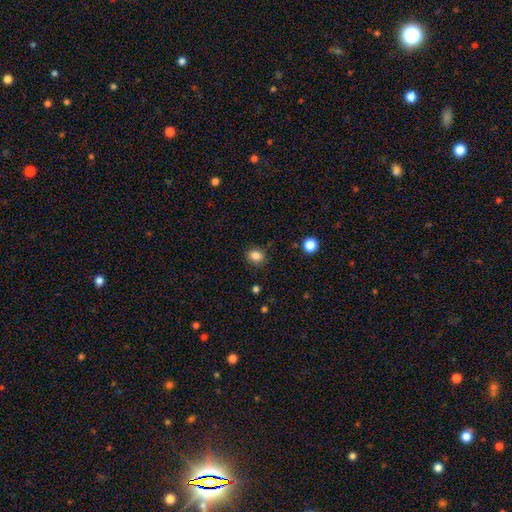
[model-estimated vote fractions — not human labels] Smooth or featured? Predicted: smooth (p=0.85). How rounded? Predicted: round (p=0.64). Merging? Predicted: none (p=0.87).